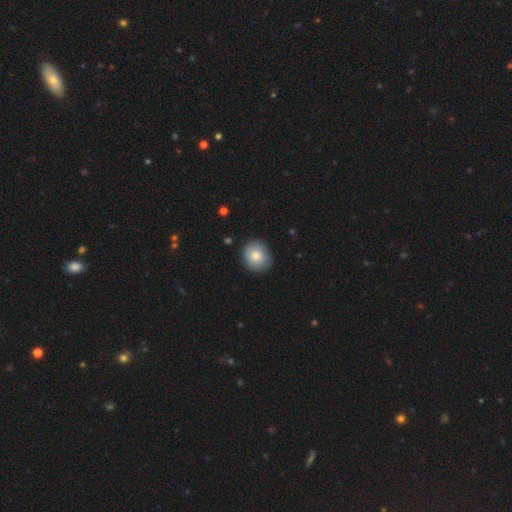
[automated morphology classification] A smooth galaxy with no disk features (83%) that is round (79%).

Vote fractions:
- Smooth or featured? smooth: 83% / featured or disk: 10% / star or artifact: 7%
- How rounded? round: 79% / in between: 20% / cigar-shaped: 1%
- Merging? none: 85% / minor disturbance: 11% / major disturbance: 2% / merger: 1%